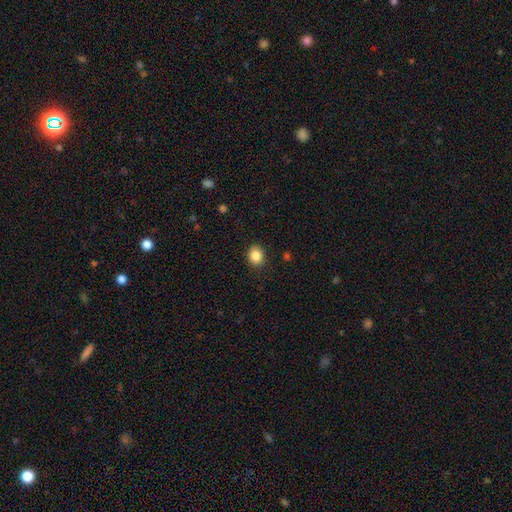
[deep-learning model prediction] Smooth or featured? smooth (86%)
How rounded? round (57%)
Merging? none (88%)